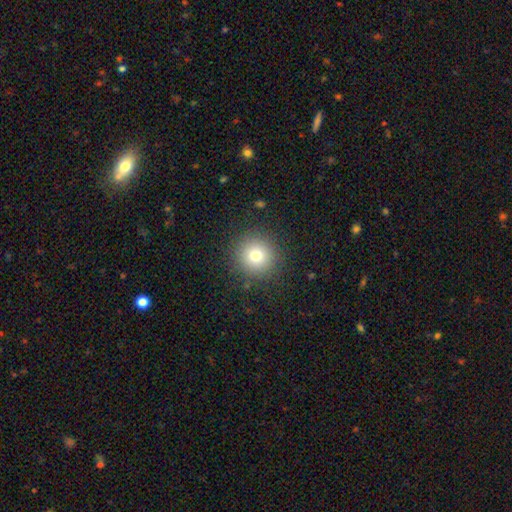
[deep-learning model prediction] This appears to be a smooth galaxy with no disk features (76%) that is round (95%). Merging: none (89%).